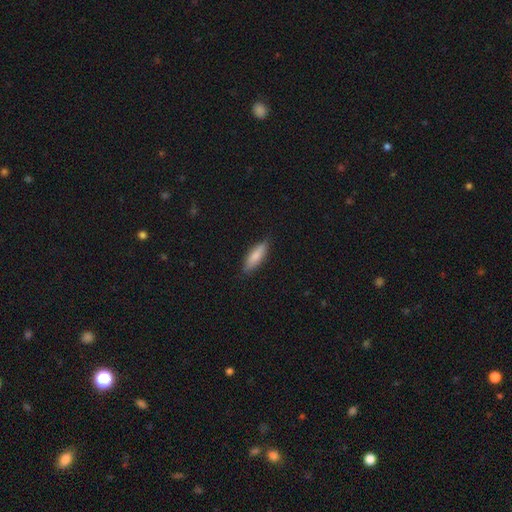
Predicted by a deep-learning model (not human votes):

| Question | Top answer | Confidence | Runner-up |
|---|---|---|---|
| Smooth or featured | smooth | 81% | featured or disk (14%) |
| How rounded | cigar-shaped | 52% | in between (47%) |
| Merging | none | 84% | minor disturbance (13%) |